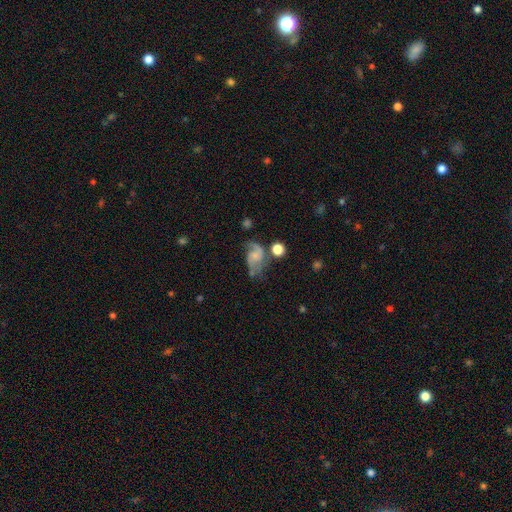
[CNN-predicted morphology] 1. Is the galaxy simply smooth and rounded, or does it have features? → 71% featured or disk, 20% smooth, 9% star or artifact.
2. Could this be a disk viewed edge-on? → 97% no, 3% yes.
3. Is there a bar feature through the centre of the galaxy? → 64% no, 31% weak, 6% strong.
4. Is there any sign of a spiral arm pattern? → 92% yes, 8% no.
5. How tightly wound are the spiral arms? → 43% loose, 42% medium, 15% tight.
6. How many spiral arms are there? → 82% 2, 9% 1, 6% can't tell, 2% 3, 1% 4, 1% more than 4.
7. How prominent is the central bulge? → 49% small, 25% none, 21% moderate, 3% large, 2% dominant.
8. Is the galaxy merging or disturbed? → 46% none, 25% minor disturbance, 20% major disturbance, 10% merger.